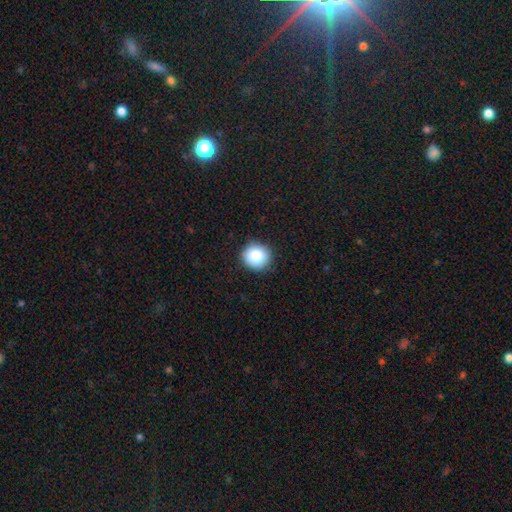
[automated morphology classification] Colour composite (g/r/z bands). It shows a smooth galaxy with no disk features (86%) that is round (91%). Merging: none (89%).